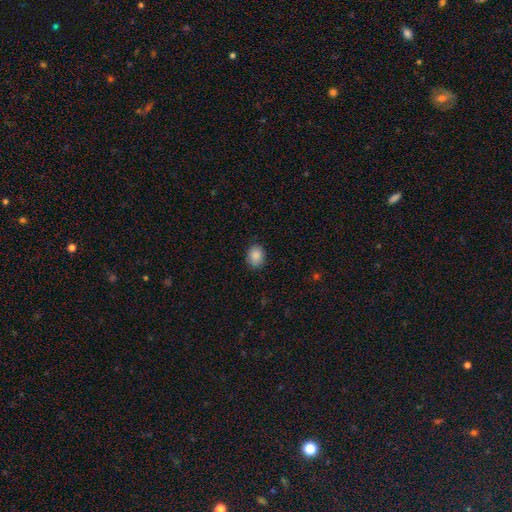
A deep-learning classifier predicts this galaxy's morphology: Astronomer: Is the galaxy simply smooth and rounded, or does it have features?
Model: smooth — 88%.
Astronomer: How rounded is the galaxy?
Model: in between — 56% (runner-up: round, 43%).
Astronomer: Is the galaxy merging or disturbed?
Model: none — 86%.